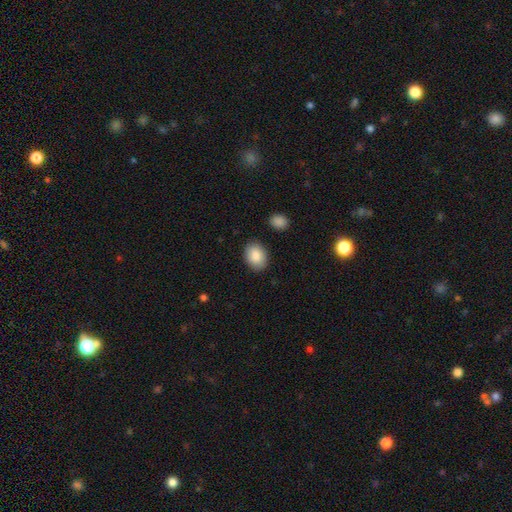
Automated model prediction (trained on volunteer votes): Smooth or featured? Predicted: smooth (p=0.87). How rounded? Predicted: in between (p=0.71). Merging? Predicted: none (p=0.87).